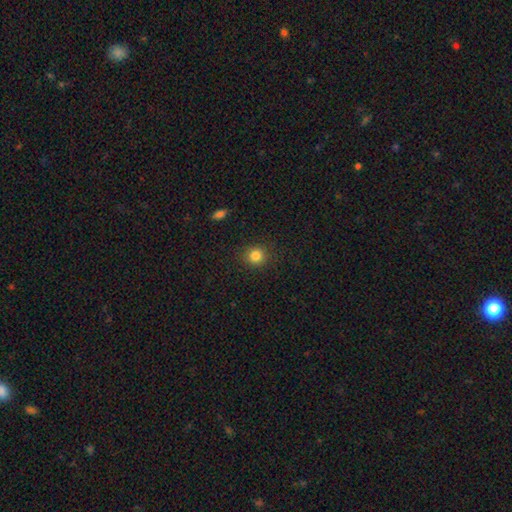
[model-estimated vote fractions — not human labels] Smooth or featured?
  - smooth: 82% *
  - star or artifact: 12%
  - featured or disk: 5%
How rounded?
  - round: 89% *
  - in between: 10%
  - cigar-shaped: 1%
Merging?
  - none: 89% *
  - minor disturbance: 7%
  - major disturbance: 2%
  - merger: 1%